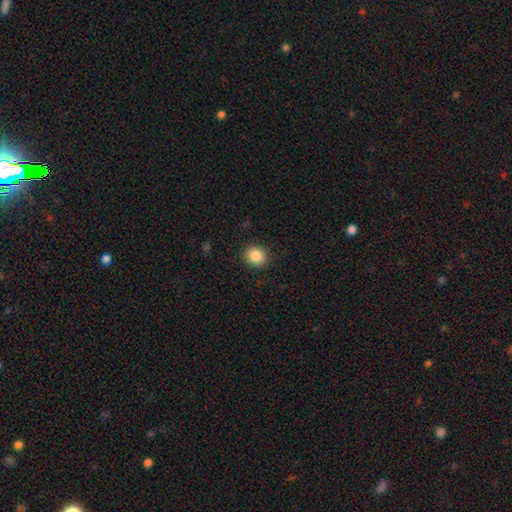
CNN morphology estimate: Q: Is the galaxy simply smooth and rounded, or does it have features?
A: smooth — 86%.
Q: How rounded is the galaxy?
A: round — 82%.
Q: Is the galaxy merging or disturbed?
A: none — 90%.